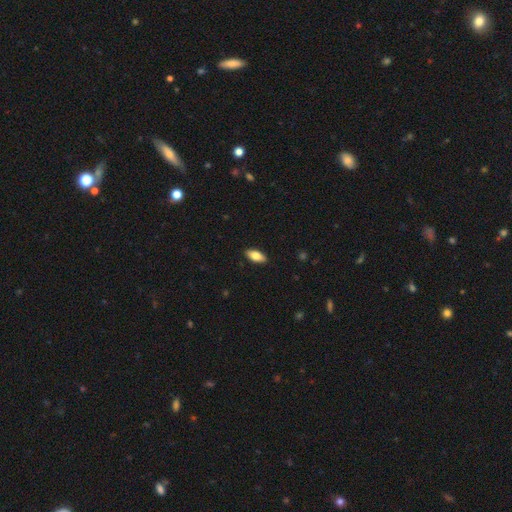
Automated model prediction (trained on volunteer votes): A smooth galaxy with no disk features (78%) that is in between round and cigar-shaped (88%).

Vote fractions:
- Smooth or featured? smooth: 78% / featured or disk: 16% / star or artifact: 6%
- How rounded? in between: 88% / cigar-shaped: 10% / round: 3%
- Merging? none: 90% / minor disturbance: 7% / major disturbance: 2% / merger: 1%